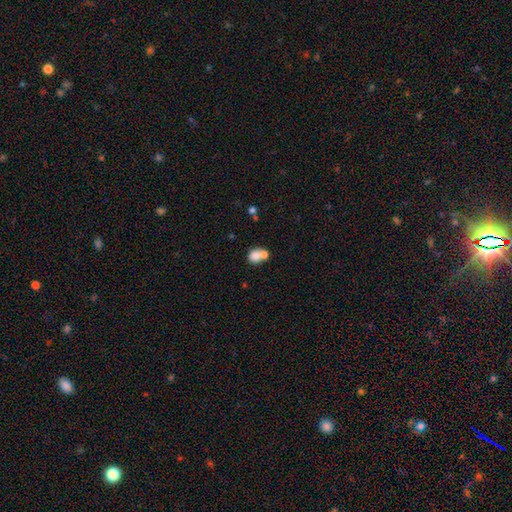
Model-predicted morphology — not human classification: This appears to be a smooth galaxy with no disk features (77%) that is round (64%). Merging: merger (52%).